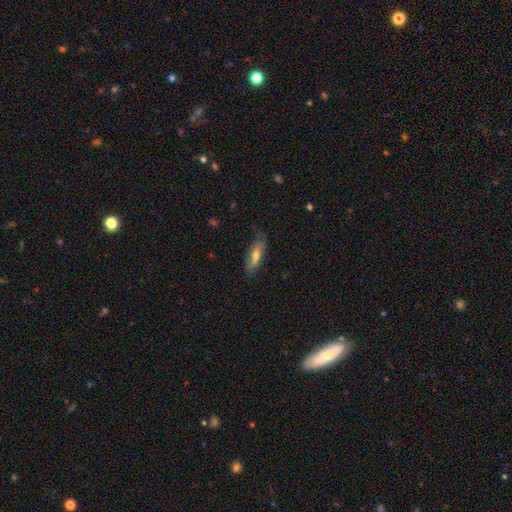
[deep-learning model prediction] This appears to be a smooth galaxy with no disk features (52%) that is cigar-shaped (51%). Merging: none (71%).